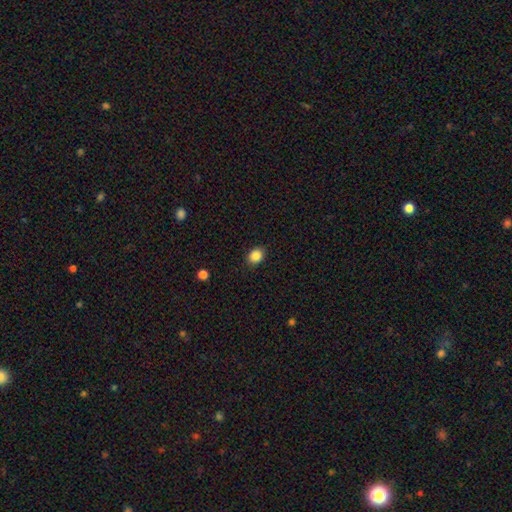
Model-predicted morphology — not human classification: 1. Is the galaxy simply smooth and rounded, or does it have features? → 86% smooth, 10% star or artifact, 4% featured or disk.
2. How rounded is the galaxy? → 50% round, 49% in between, 1% cigar-shaped.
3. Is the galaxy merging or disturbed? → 89% none, 8% minor disturbance, 2% major disturbance, 1% merger.